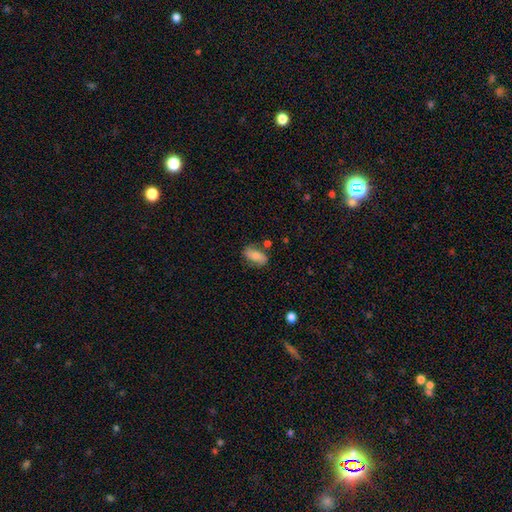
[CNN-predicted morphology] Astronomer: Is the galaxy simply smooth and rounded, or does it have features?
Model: smooth — 55% (runner-up: featured or disk, 37%).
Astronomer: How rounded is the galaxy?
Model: in between — 86%.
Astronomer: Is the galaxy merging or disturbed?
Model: none — 69%.